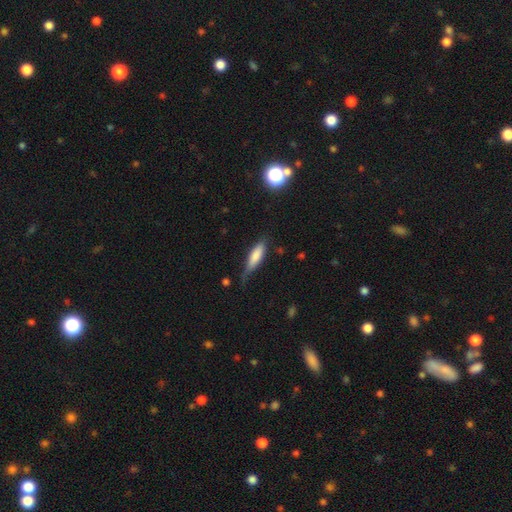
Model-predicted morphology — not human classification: Smooth or featured?
  - smooth: 75% *
  - featured or disk: 18%
  - star or artifact: 7%
How rounded?
  - cigar-shaped: 54% *
  - in between: 44%
  - round: 2%
Merging?
  - none: 53% *
  - minor disturbance: 34%
  - major disturbance: 11%
  - merger: 3%